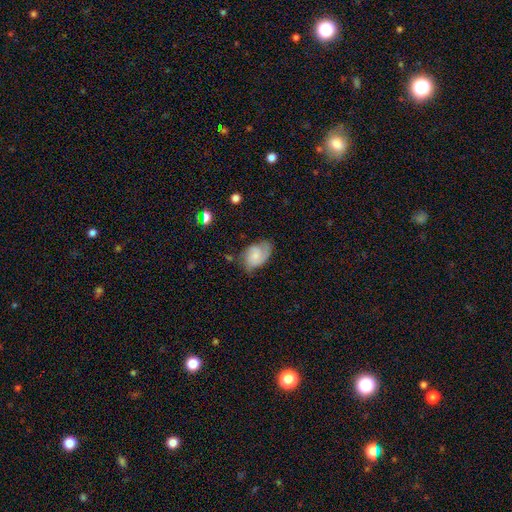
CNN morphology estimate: Overall: featured or disk (54%; smooth 38%). Edge-on disk: no (97%). Bar: no (64%; weak 31%). Spiral arms: yes (89%). Bulge size: small (50%; moderate 26%). Merging: none (58%; minor disturbance 29%).